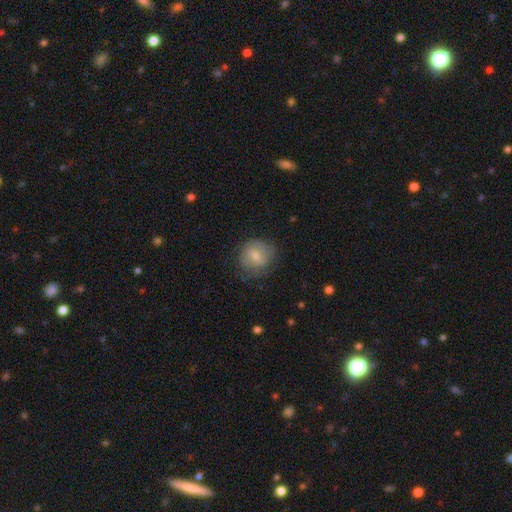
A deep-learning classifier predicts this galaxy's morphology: A smooth galaxy with no disk features (62%) that is round (81%). Merging: none (68%).